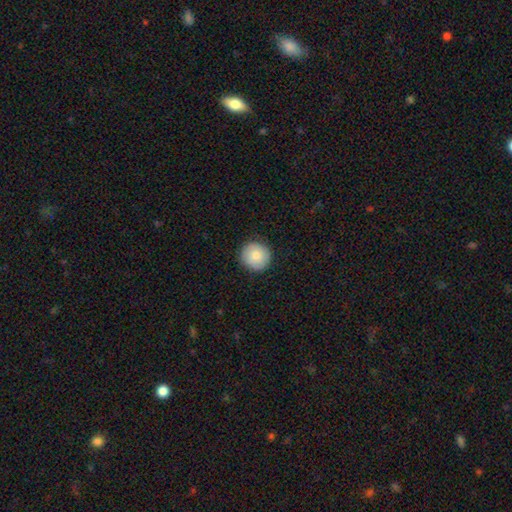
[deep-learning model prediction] Q: Smooth or featured?
A: smooth (83%); runner-up: featured or disk (10%)
Q: How rounded?
A: round (95%); runner-up: in between (5%)
Q: Merging?
A: none (89%); runner-up: minor disturbance (8%)